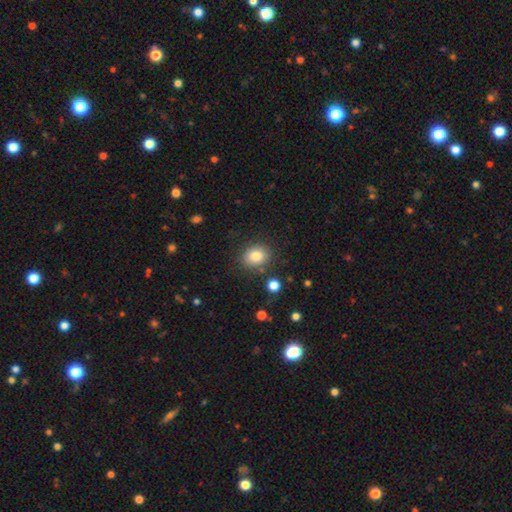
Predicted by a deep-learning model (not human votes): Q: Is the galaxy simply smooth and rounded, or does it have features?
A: smooth — 82%.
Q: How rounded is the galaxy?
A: round — 61%.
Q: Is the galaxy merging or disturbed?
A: none — 83%.